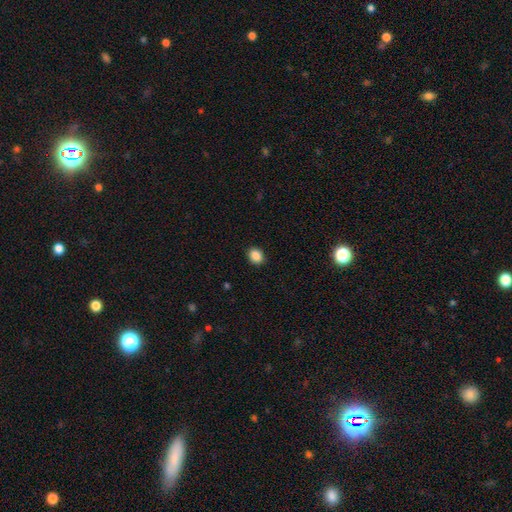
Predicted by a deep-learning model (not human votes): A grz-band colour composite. It shows a smooth galaxy with no disk features (87%) that is round (57%). Merging: none (91%).